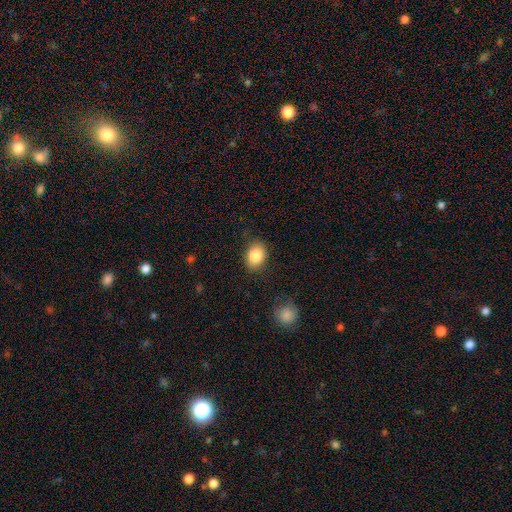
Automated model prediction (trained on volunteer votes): A smooth galaxy with no disk features (84%) that is in between round and cigar-shaped (69%).

Vote fractions:
- Smooth or featured? smooth: 84% / star or artifact: 8% / featured or disk: 7%
- How rounded? in between: 69% / round: 30% / cigar-shaped: 1%
- Merging? none: 82% / minor disturbance: 13% / major disturbance: 3% / merger: 2%